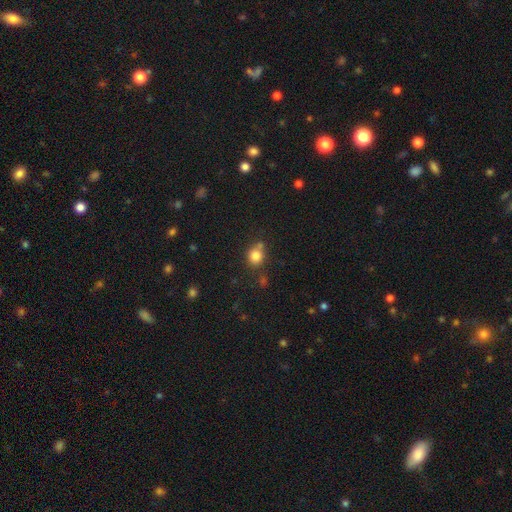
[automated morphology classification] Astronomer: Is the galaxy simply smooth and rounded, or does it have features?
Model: smooth — 81%.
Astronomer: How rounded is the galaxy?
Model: round — 79%.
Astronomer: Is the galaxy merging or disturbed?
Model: none — 63%.